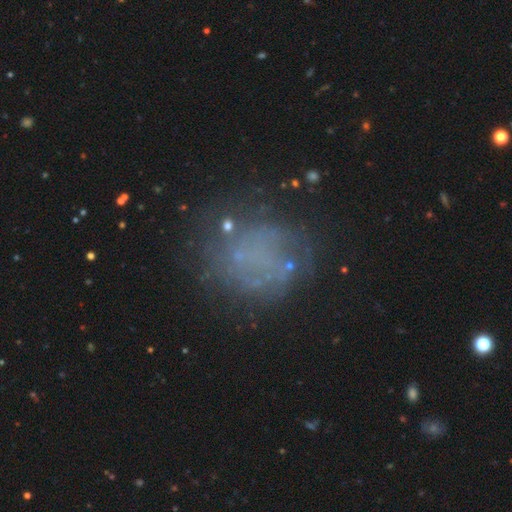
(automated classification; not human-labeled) Smooth or featured? Predicted: smooth (p=0.39). Merging? Predicted: none (p=0.63).